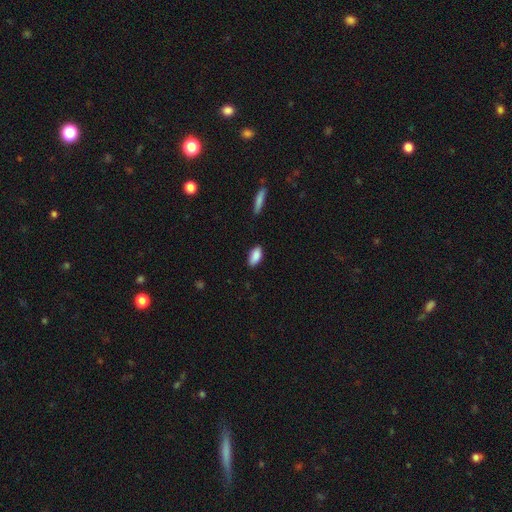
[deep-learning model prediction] Overall: smooth (88%). How rounded: in between (91%). Merging: none (84%).